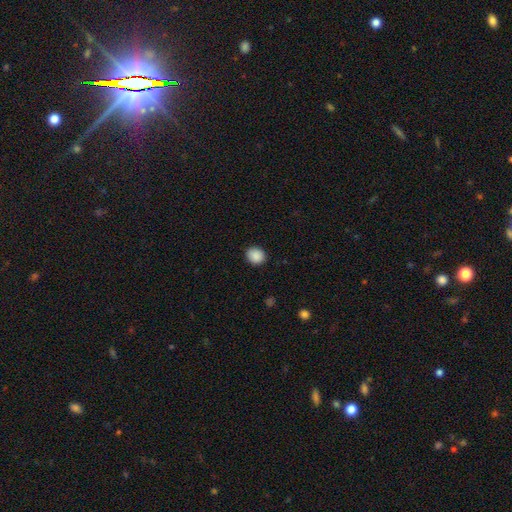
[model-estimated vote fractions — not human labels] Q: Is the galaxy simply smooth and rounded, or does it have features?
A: smooth — 89%.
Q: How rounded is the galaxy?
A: round — 72%.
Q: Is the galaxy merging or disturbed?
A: none — 89%.